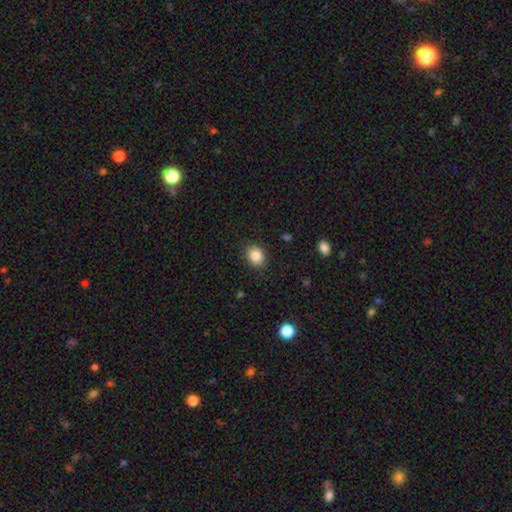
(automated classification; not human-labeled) Smooth or featured? Predicted: smooth (p=0.85). How rounded? Predicted: round (p=0.53). Merging? Predicted: none (p=0.86).